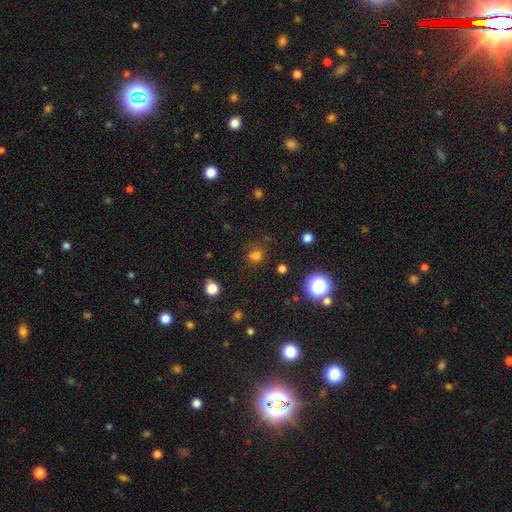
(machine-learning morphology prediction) Smooth or featured? Predicted: smooth (p=0.69). How rounded? Predicted: round (p=0.67). Merging? Predicted: none (p=0.68).